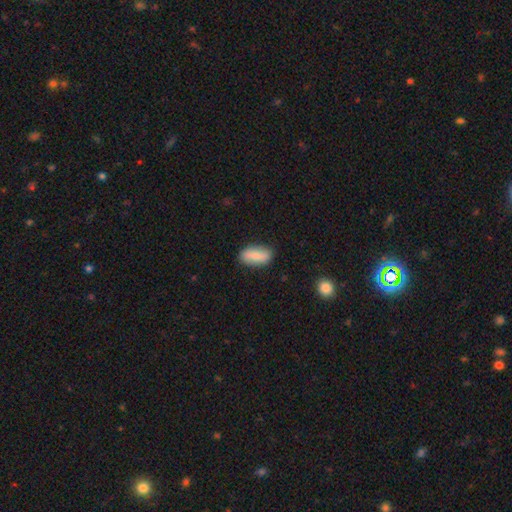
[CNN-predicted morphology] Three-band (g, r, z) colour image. It shows a smooth galaxy with no disk features (77%) that is in between round and cigar-shaped (88%). Merging: none (83%).